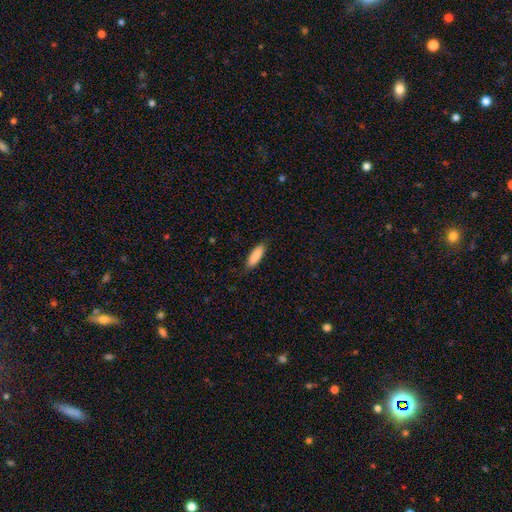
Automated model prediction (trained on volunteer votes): This appears to be a smooth galaxy with no disk features (88%) that is in between round and cigar-shaped (51%). Merging: none (86%).